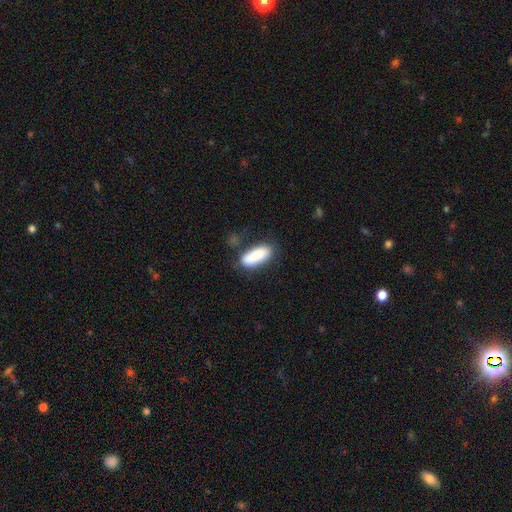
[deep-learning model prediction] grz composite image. It shows a smooth galaxy with no disk features (86%) that is in between round and cigar-shaped (78%). Merging: none (68%).